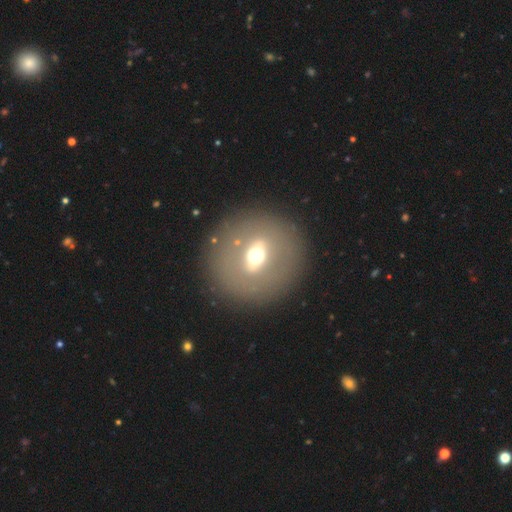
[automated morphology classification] A featured or disk galaxy (51%).

Vote fractions:
- Smooth or featured? featured or disk: 51% / smooth: 37% / star or artifact: 12%
- Edge-on disk? no: 76% / yes: 24%
- Merging? none: 85% / minor disturbance: 8% / major disturbance: 5% / merger: 2%